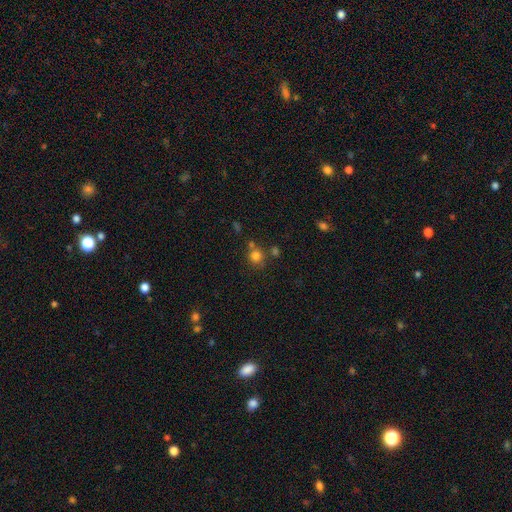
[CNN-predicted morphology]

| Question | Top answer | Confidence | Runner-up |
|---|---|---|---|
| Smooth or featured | smooth | 78% | star or artifact (14%) |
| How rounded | round | 87% | in between (12%) |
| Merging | none | 64% | merger (20%) |